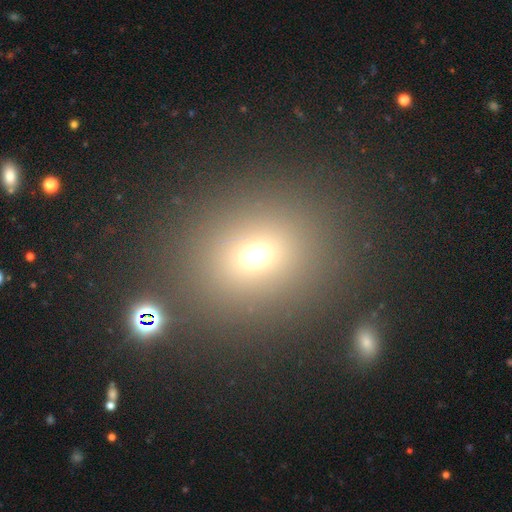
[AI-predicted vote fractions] This is likely a smooth galaxy (67%). How rounded: likely round (73%). Merging: clearly none (82%).